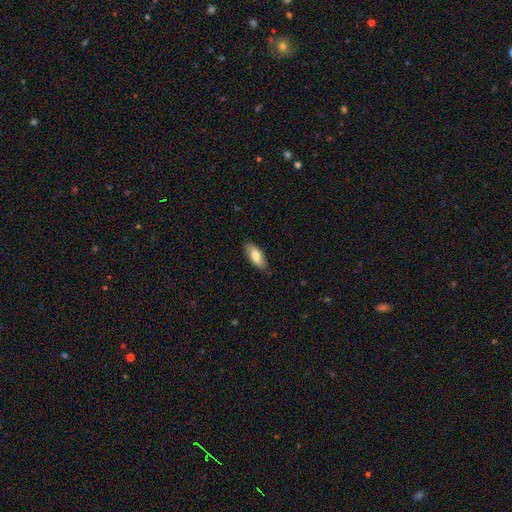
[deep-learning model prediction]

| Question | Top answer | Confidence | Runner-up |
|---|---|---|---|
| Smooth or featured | smooth | 72% | featured or disk (22%) |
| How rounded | in between | 83% | cigar-shaped (14%) |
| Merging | none | 83% | minor disturbance (14%) |